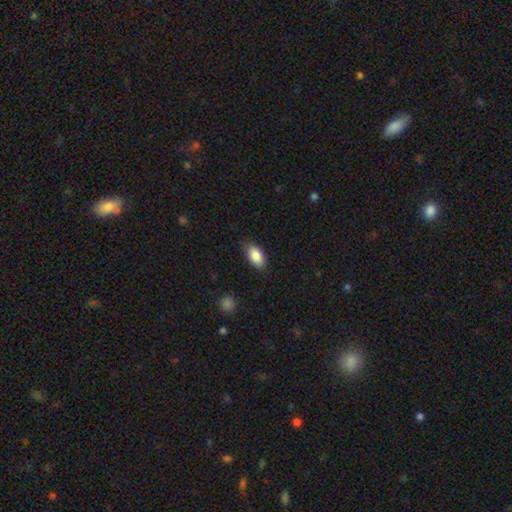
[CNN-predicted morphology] This appears to be a smooth galaxy with no disk features (85%) that is in between round and cigar-shaped (92%). Merging: none (82%).